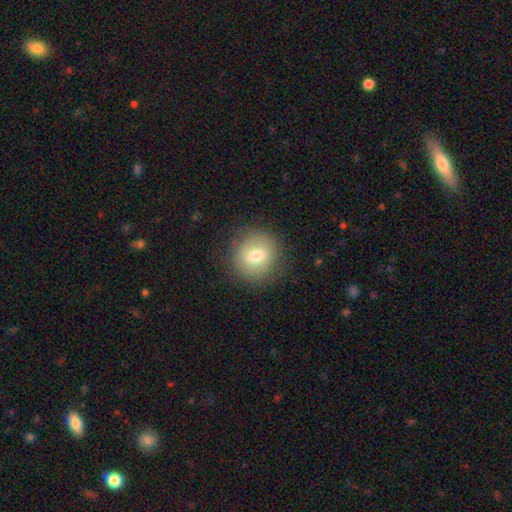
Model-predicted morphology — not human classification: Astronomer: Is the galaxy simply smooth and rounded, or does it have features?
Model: smooth — 71%.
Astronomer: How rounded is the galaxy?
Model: round — 89%.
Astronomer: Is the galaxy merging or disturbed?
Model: none — 85%.